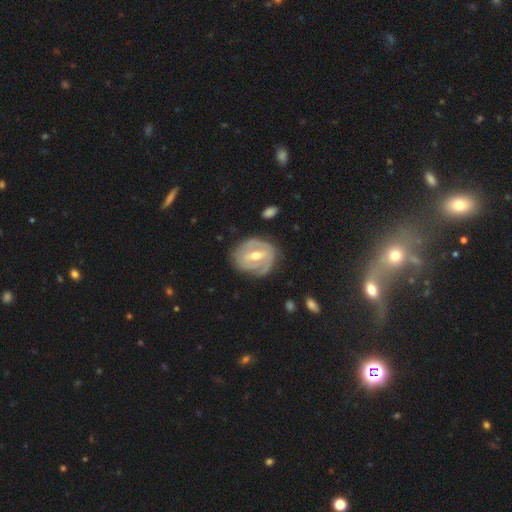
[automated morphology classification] A featured or disk galaxy (79%) with a strong bar (44%), 2 (50%) tight (61%) spiral arms (75%) and a moderate central bulge (72%). Merging: none (70%).